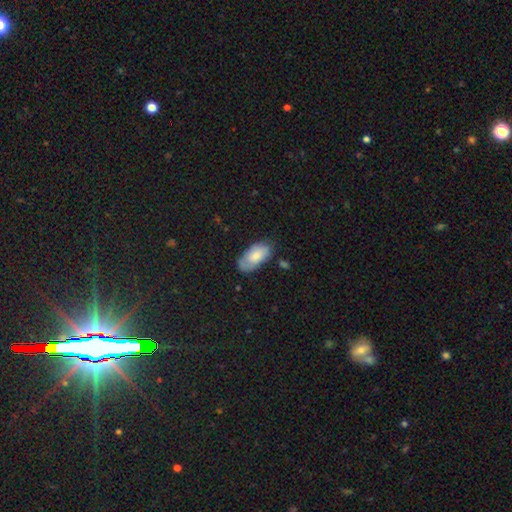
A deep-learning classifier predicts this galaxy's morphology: Overall: smooth (74%). How rounded: in between (94%). Merging: none (66%).